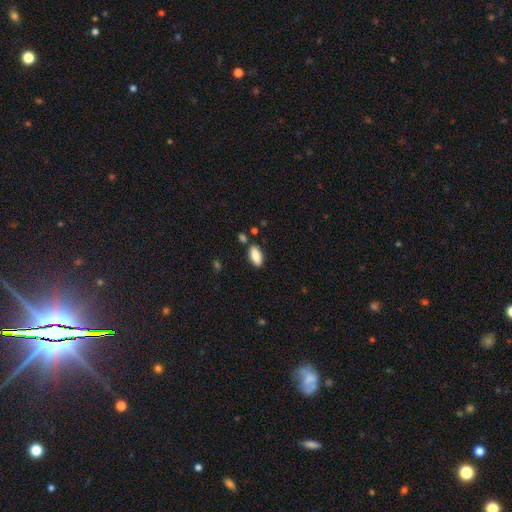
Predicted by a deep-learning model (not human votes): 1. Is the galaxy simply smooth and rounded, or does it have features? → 86% smooth, 7% featured or disk, 7% star or artifact.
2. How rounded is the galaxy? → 88% in between, 9% cigar-shaped, 2% round.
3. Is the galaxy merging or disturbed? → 83% none, 11% minor disturbance, 4% merger, 2% major disturbance.